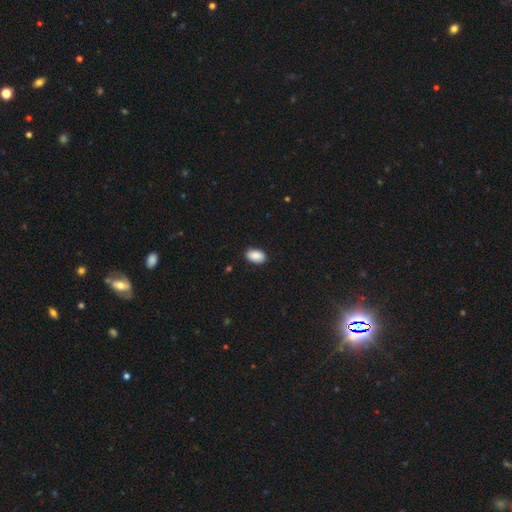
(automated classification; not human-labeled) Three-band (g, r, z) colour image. It shows a smooth galaxy with no disk features (90%) that is in between round and cigar-shaped (91%). Merging: none (88%).